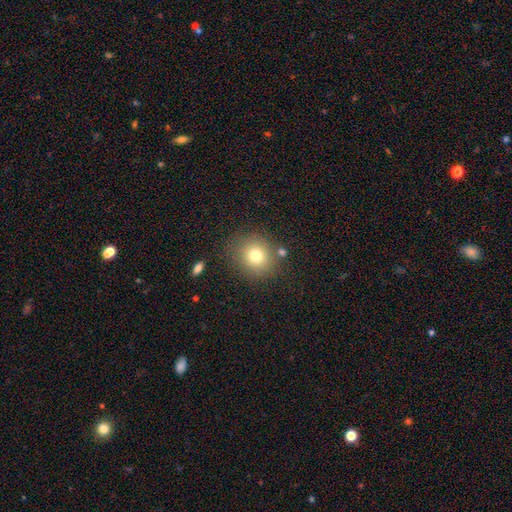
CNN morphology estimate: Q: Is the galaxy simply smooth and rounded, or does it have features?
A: smooth — 76%.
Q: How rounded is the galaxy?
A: round — 82%.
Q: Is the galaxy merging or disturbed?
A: none — 80%.